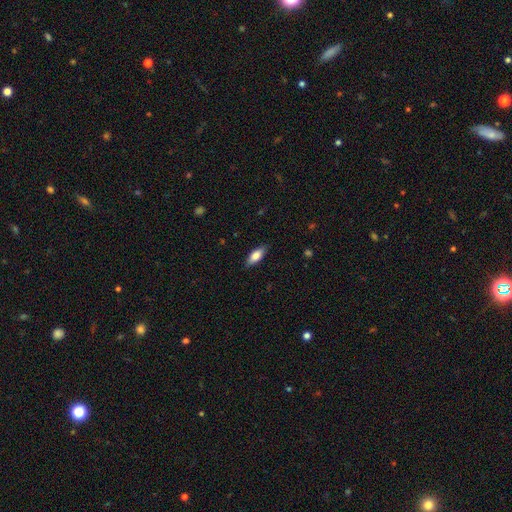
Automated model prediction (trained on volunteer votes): Smooth or featured? Predicted: smooth (p=0.78). How rounded? Predicted: in between (p=0.77). Merging? Predicted: none (p=0.86).